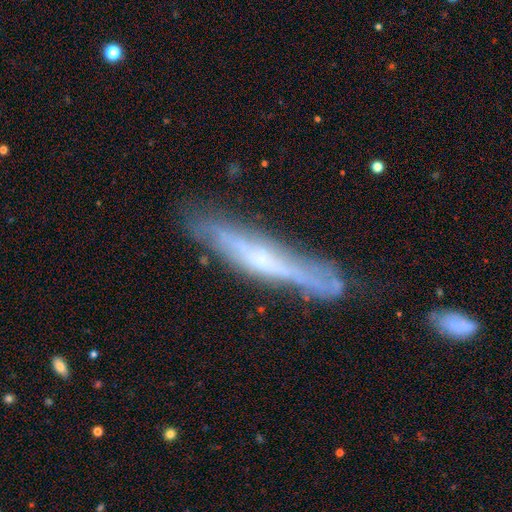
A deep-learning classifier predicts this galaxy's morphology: smooth_or_featured: featured or disk (p=0.62) [alt: smooth p=0.30]
disk_edge_on: yes (p=0.84) [alt: no p=0.16]
edge_on_bulge: none (p=0.51) [alt: rounded p=0.34]
merging: none (p=0.64) [alt: minor disturbance p=0.23]